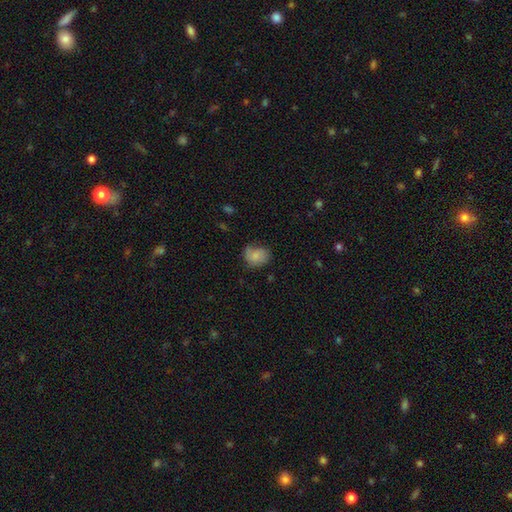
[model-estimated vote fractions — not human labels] smooth-or-featured: smooth: 72% | featured or disk: 19% | star or artifact: 9%
  how-rounded: round: 54% | in between: 45% | cigar-shaped: 1%
  merging: none: 54% | minor disturbance: 31% | major disturbance: 13% | merger: 2%